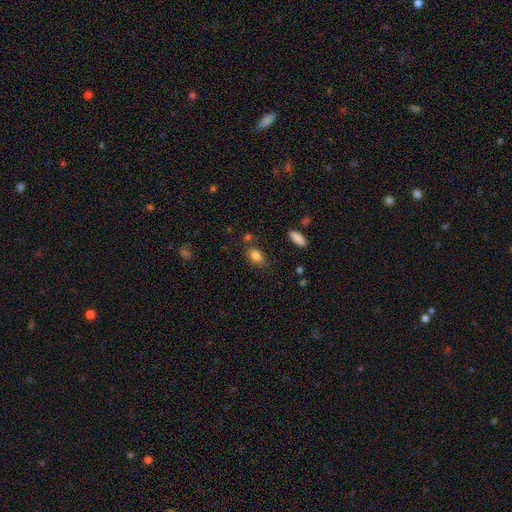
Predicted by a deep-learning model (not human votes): Smooth or featured? Predicted: smooth (p=0.84). How rounded? Predicted: in between (p=0.83). Merging? Predicted: none (p=0.74).